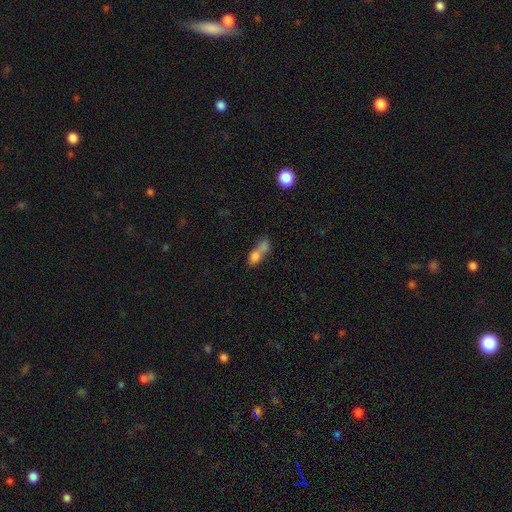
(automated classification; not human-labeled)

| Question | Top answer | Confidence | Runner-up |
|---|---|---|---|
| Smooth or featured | smooth | 74% | featured or disk (15%) |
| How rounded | in between | 64% | round (28%) |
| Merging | merger | 73% | none (16%) |